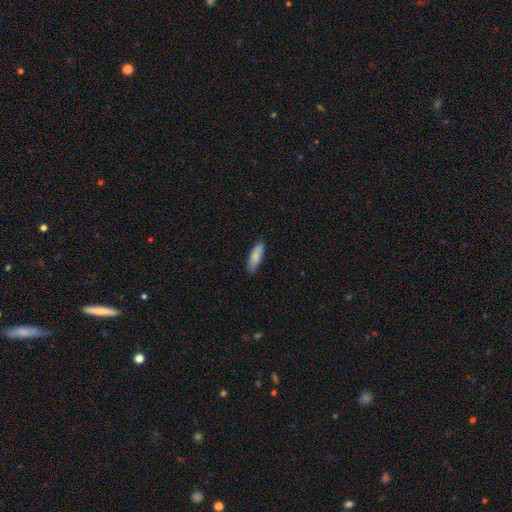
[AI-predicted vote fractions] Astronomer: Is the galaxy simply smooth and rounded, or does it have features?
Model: smooth — 84%.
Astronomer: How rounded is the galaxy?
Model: cigar-shaped — 50% (runner-up: in between, 49%).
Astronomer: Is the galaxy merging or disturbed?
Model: none — 86%.